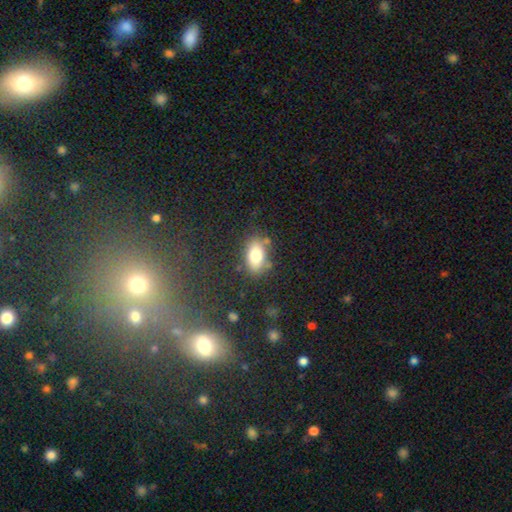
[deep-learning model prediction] Overall: smooth (79%). How rounded: in between (88%). Merging: none (74%).